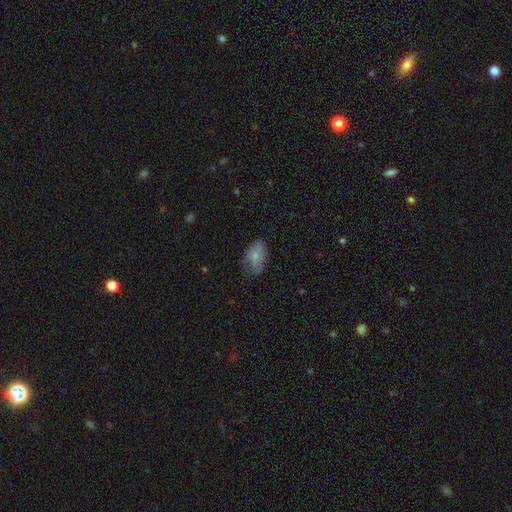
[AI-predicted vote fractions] Q: Smooth or featured?
A: smooth (72%); runner-up: featured or disk (20%)
Q: How rounded?
A: in between (90%); runner-up: round (8%)
Q: Merging?
A: none (49%); runner-up: minor disturbance (35%)